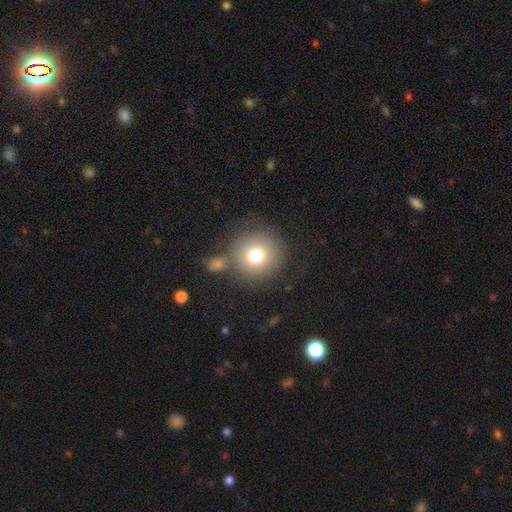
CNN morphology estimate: The model was most divided on "merging": none: 72%, merger: 12%, minor disturbance: 11%, major disturbance: 6%. More confident: how rounded — round (94%); smooth or featured — smooth (76%).